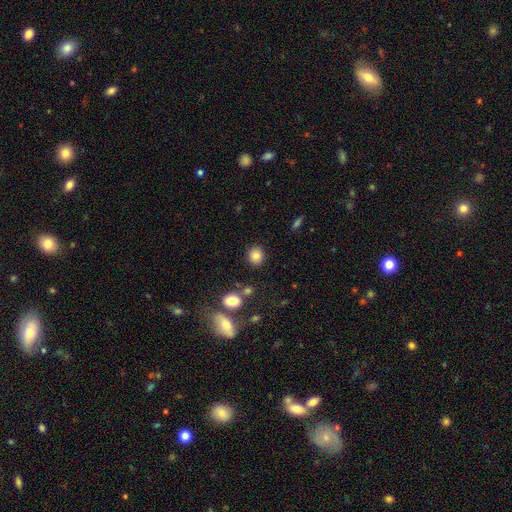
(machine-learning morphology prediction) Smooth or featured? smooth (82%)
How rounded? round (73%)
Merging? none (86%)